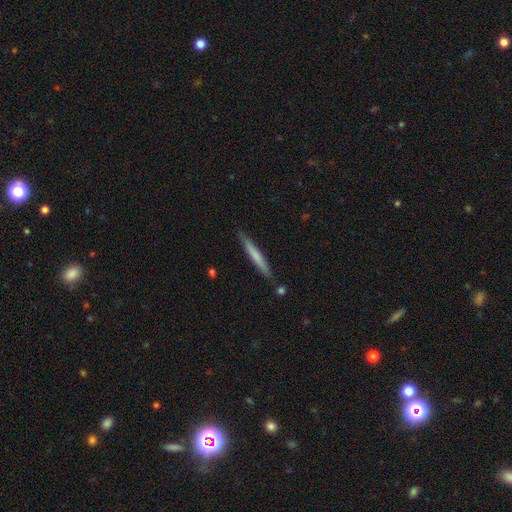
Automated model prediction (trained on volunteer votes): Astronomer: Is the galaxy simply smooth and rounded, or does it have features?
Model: smooth — 65%.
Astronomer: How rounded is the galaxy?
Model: cigar-shaped — 96%.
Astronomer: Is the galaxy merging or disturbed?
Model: none — 86%.